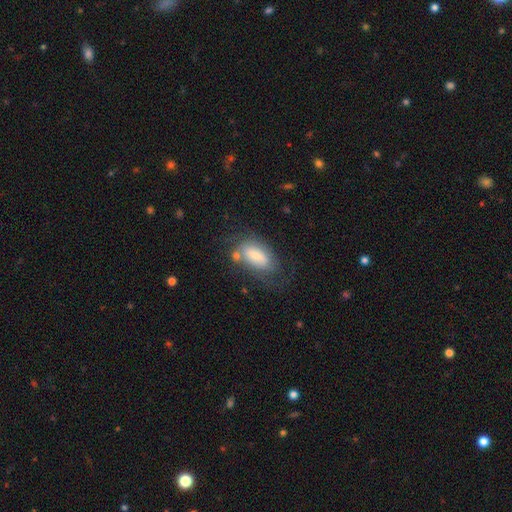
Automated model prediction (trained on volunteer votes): Smooth or featured?
  - smooth: 57% *
  - featured or disk: 35%
  - star or artifact: 8%
How rounded?
  - in between: 89% *
  - cigar-shaped: 6%
  - round: 4%
Merging?
  - none: 50% *
  - minor disturbance: 24%
  - major disturbance: 16%
  - merger: 11%